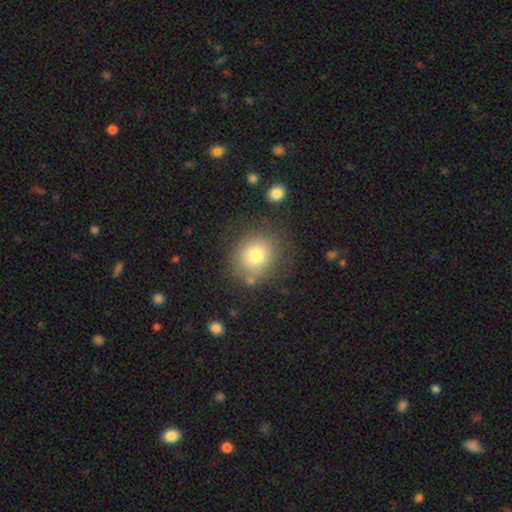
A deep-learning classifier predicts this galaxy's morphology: Smooth or featured? Predicted: smooth (p=0.77). How rounded? Predicted: round (p=0.79). Merging? Predicted: none (p=0.77).